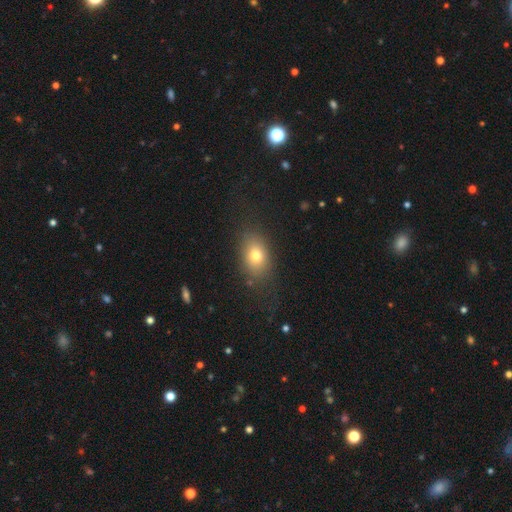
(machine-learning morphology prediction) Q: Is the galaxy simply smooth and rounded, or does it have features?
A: smooth — 75%.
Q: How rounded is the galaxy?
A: in between — 75%.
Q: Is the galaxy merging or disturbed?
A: none — 76%.